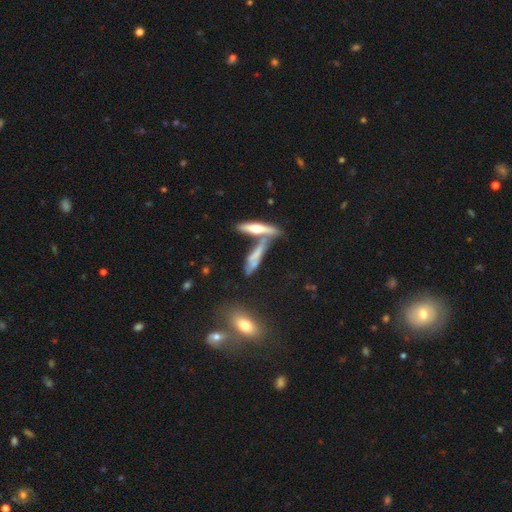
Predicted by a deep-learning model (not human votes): Smooth or featured? featured or disk (48%)
Merging? none (45%)